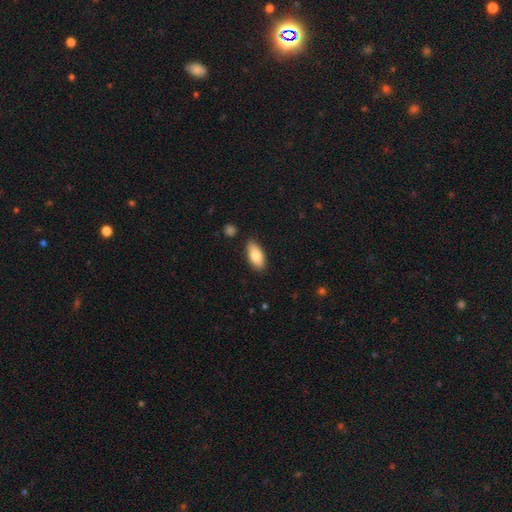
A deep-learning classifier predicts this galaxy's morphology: A smooth galaxy with no disk features (79%) that is in between round and cigar-shaped (89%).

Vote fractions:
- Smooth or featured? smooth: 79% / featured or disk: 15% / star or artifact: 6%
- How rounded? in between: 89% / cigar-shaped: 9% / round: 3%
- Merging? none: 86% / minor disturbance: 10% / major disturbance: 2% / merger: 2%